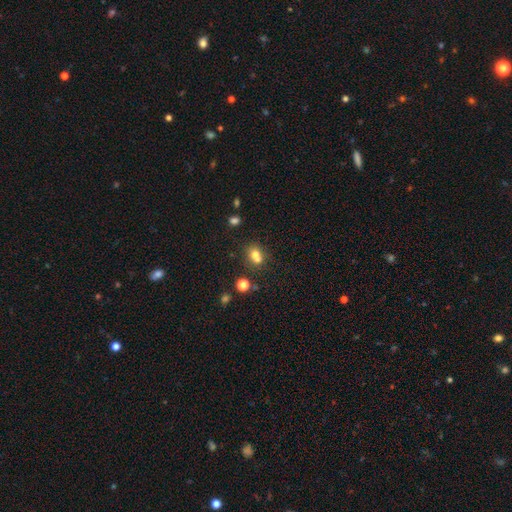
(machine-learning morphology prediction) smooth-or-featured: smooth: 72% | star or artifact: 15% | featured or disk: 13%
  how-rounded: round: 59% | in between: 40% | cigar-shaped: 1%
  merging: merger: 46% | none: 41% | minor disturbance: 10% | major disturbance: 4%